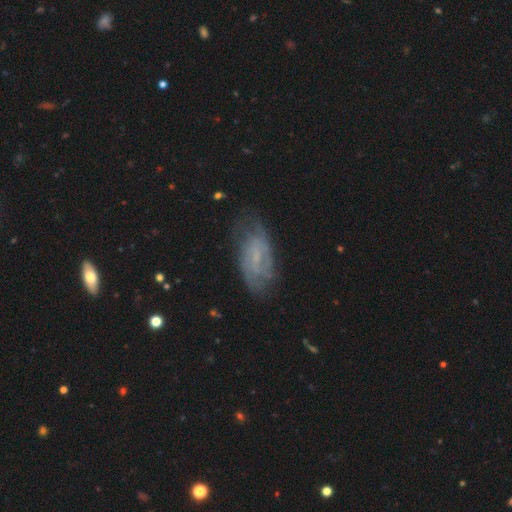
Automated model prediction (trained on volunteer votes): Smooth or featured?
  - featured or disk: 61% *
  - smooth: 27%
  - star or artifact: 12%
Edge-on disk?
  - no: 91% *
  - yes: 9%
Bar?
  - no: 45% *
  - weak: 44%
  - strong: 11%
Spiral arms?
  - yes: 80% *
  - no: 20%
Bulge size?
  - small: 55% *
  - none: 30%
  - moderate: 13%
  - large: 1%
  - dominant: 1%
Merging?
  - none: 68% *
  - minor disturbance: 21%
  - major disturbance: 9%
  - merger: 2%